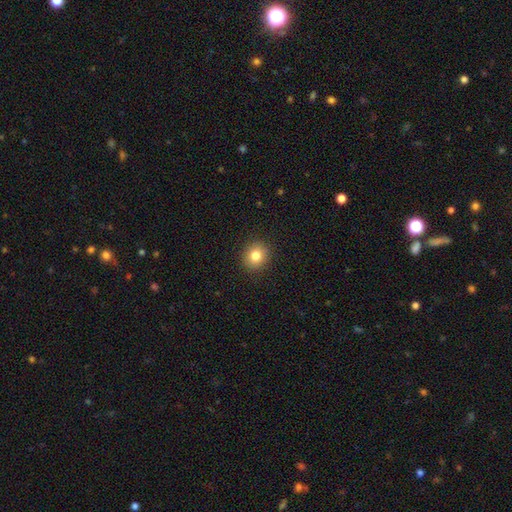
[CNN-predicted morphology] Smooth or featured? Predicted: smooth (p=0.82). How rounded? Predicted: round (p=0.83). Merging? Predicted: none (p=0.91).